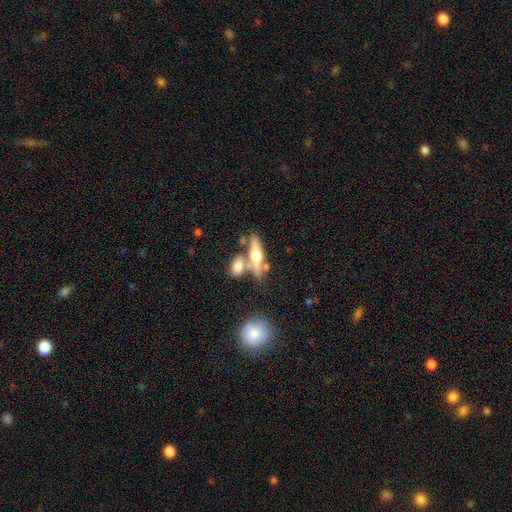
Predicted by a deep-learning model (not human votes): A featured or disk galaxy (53%) viewed edge-on (86%).

Vote fractions:
- Smooth or featured? featured or disk: 53% / smooth: 39% / star or artifact: 8%
- Edge-on disk? yes: 86% / no: 14%
- Merging? none: 55% / merger: 30% / minor disturbance: 11% / major disturbance: 4%